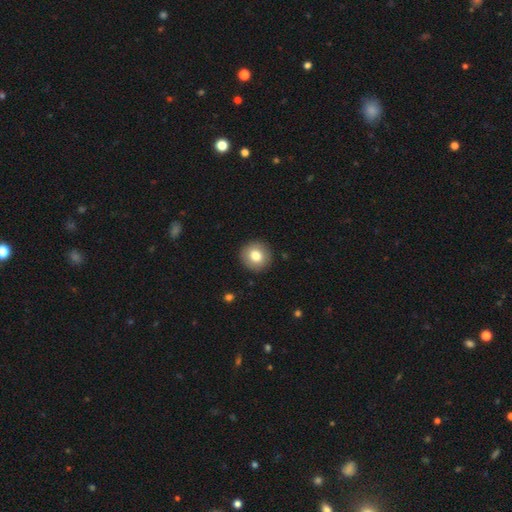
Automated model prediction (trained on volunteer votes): A smooth galaxy with no disk features (79%) that is round (94%). Merging: none (91%).